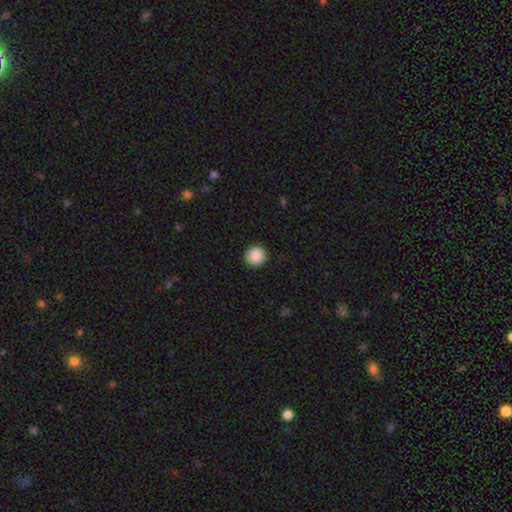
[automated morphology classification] The model was most divided on "smooth or featured": smooth: 88%, star or artifact: 8%, featured or disk: 3%. More confident: how rounded — round (92%); merging — none (90%).